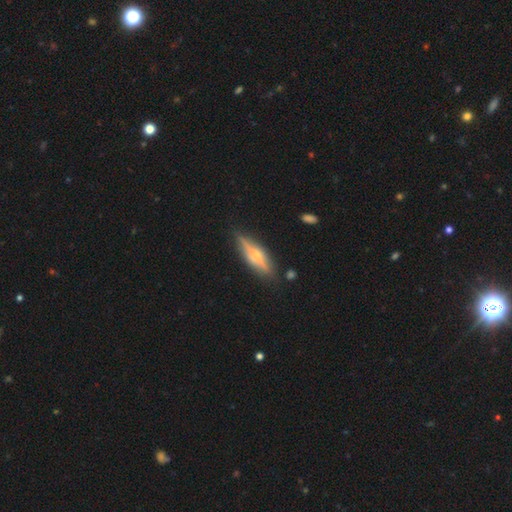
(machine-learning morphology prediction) Smooth or featured? Predicted: featured or disk (p=0.65). Edge-on disk? Predicted: yes (p=0.92). Edge-on bulge? Predicted: rounded (p=0.87). Merging? Predicted: none (p=0.82).